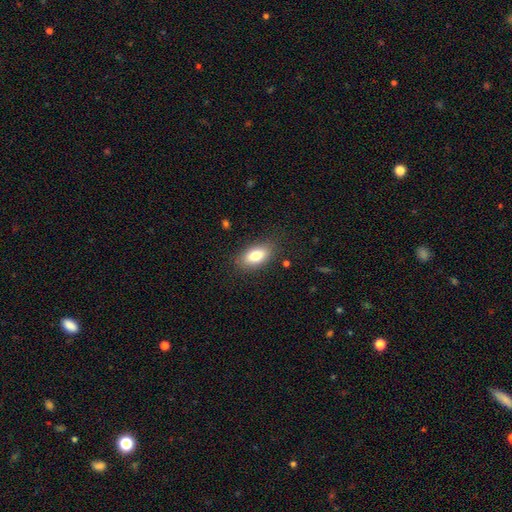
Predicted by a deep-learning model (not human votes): This appears to be a smooth galaxy with no disk features (81%) that is in between round and cigar-shaped (89%). Merging: none (83%).